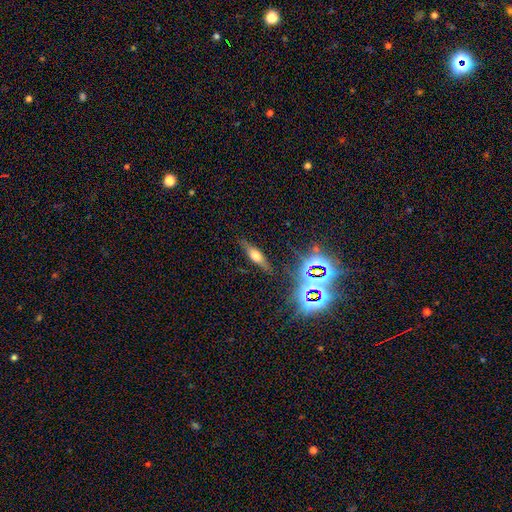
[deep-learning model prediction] Smooth or featured: featured or disk — 44% (smooth — 38%)
Merging: none — 82% (minor disturbance — 12%)